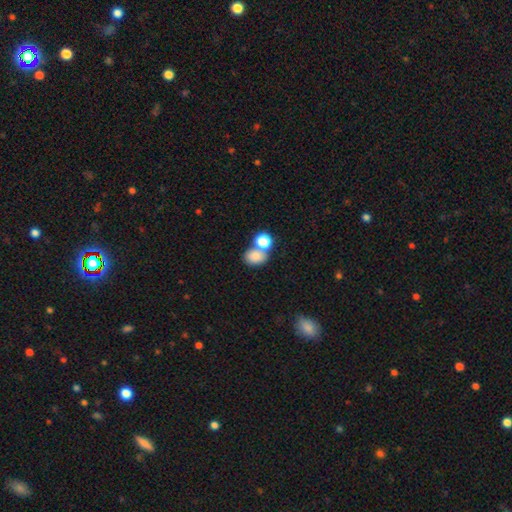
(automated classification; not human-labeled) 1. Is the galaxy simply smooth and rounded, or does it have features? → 80% smooth, 11% star or artifact, 9% featured or disk.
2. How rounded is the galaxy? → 54% in between, 45% round, 1% cigar-shaped.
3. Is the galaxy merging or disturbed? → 43% none, 42% merger, 10% minor disturbance, 4% major disturbance.